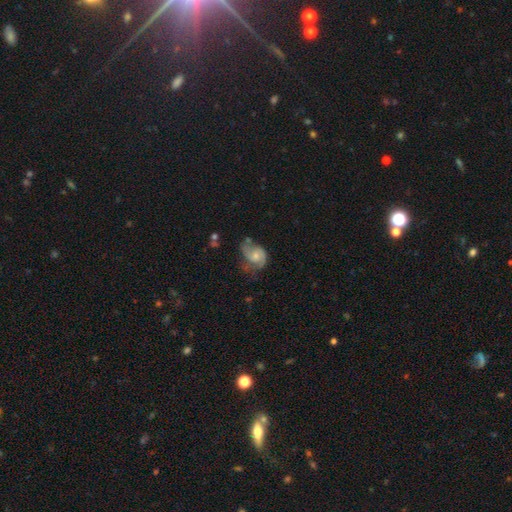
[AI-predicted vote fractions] This appears to be a featured or disk galaxy (65%) with no bar (69%), 2 (66%) medium (45%) spiral arms (86%) and a small central bulge (44%, tied with moderate). Merging: none (36%).